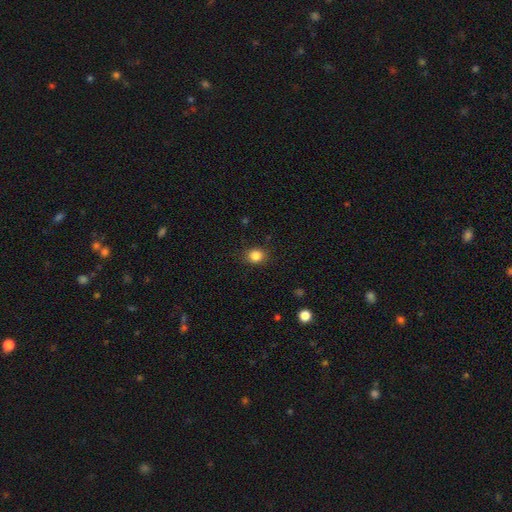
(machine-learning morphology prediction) smooth-or-featured: smooth: 84% | star or artifact: 11% | featured or disk: 5%
  how-rounded: round: 71% | in between: 28% | cigar-shaped: 1%
  merging: none: 86% | minor disturbance: 10% | major disturbance: 3% | merger: 1%